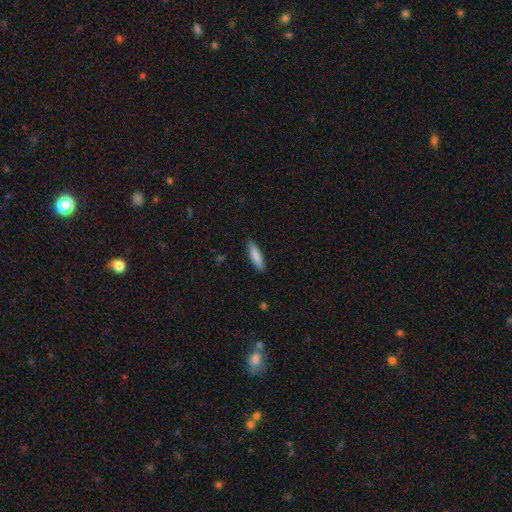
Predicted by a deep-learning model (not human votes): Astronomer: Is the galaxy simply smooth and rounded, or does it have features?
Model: smooth — 82%.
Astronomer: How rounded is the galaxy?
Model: cigar-shaped — 70%.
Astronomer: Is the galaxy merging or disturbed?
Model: none — 89%.